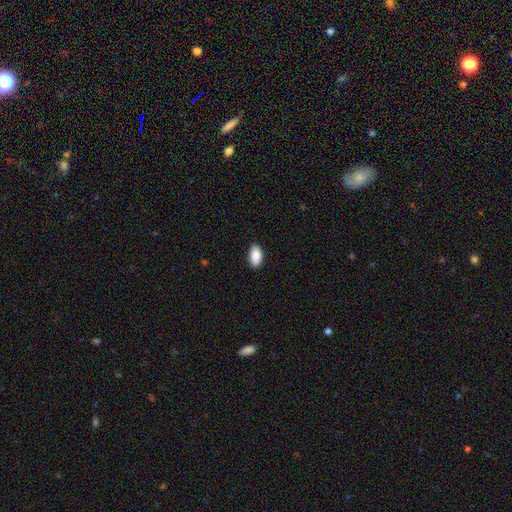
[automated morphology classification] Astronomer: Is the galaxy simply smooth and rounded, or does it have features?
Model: smooth — 88%.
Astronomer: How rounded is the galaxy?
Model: in between — 94%.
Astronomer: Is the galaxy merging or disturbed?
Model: none — 88%.